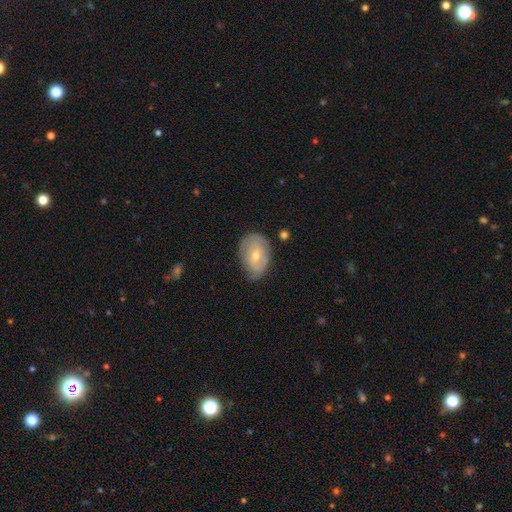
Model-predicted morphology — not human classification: Q: Smooth or featured?
A: featured or disk (56%); runner-up: smooth (37%)
Q: Edge-on disk?
A: no (94%); runner-up: yes (6%)
Q: Bar?
A: no (64%); runner-up: weak (29%)
Q: Spiral arms?
A: yes (61%); runner-up: no (39%)
Q: Bulge size?
A: moderate (51%); runner-up: small (46%)
Q: Merging?
A: none (62%); runner-up: minor disturbance (29%)